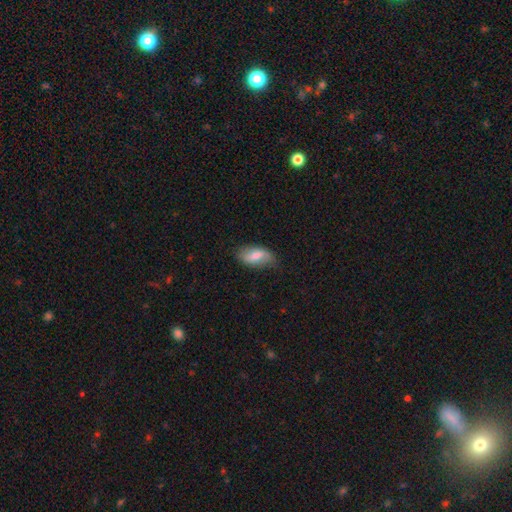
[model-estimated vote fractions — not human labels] Smooth or featured?
  - smooth: 62% *
  - featured or disk: 31%
  - star or artifact: 7%
How rounded?
  - in between: 91% *
  - cigar-shaped: 5%
  - round: 4%
Merging?
  - none: 70% *
  - minor disturbance: 23%
  - major disturbance: 5%
  - merger: 1%